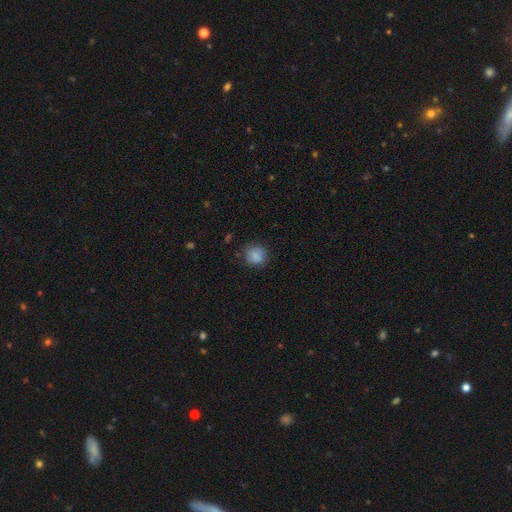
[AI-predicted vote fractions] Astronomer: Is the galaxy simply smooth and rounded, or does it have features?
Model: smooth — 84%.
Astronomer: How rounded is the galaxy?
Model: round — 81%.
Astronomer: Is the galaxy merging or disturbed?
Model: none — 76%.